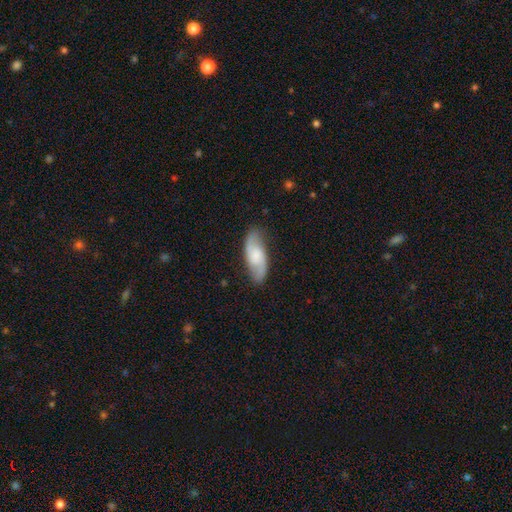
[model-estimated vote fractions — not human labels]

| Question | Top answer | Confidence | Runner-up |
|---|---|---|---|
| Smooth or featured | featured or disk | 68% | smooth (26%) |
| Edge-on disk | no | 93% | yes (7%) |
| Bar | no | 56% | weak (37%) |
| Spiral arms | yes | 95% | no (5%) |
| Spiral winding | medium | 46% | loose (37%) |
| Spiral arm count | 2 | 90% | can't tell (5%) |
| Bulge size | small | 41% | moderate (31%) |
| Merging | none | 81% | minor disturbance (14%) |